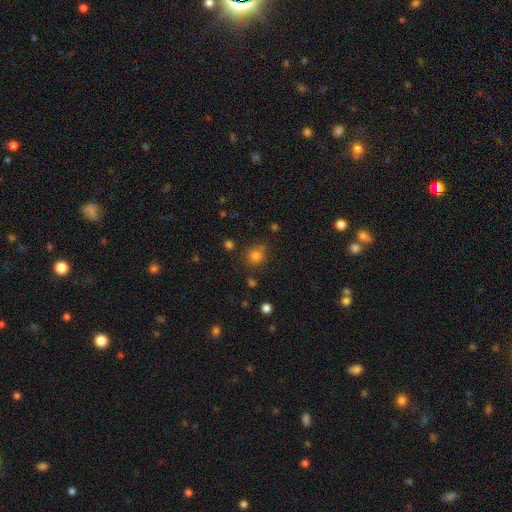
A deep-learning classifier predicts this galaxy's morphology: Smooth or featured: smooth — 80% (star or artifact — 14%)
How rounded: round — 84% (in between — 16%)
Merging: none — 74% (minor disturbance — 16%)